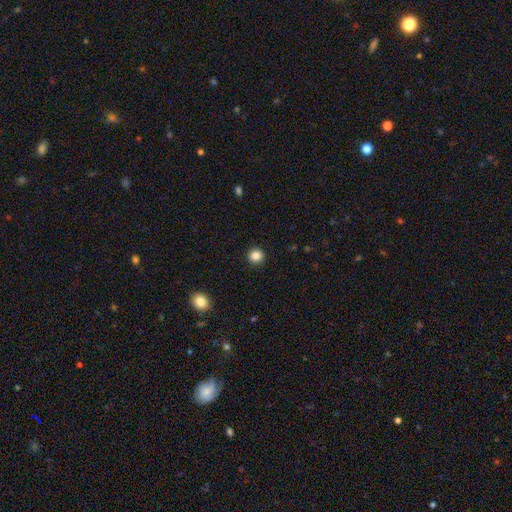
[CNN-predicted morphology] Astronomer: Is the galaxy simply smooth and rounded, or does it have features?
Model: smooth — 85%.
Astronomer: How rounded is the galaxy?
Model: round — 94%.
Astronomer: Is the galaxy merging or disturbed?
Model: none — 93%.